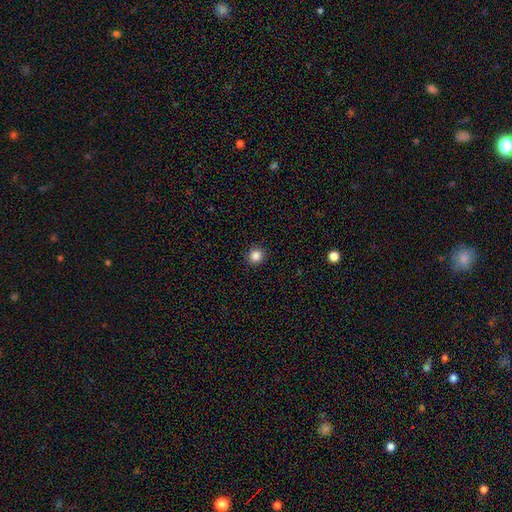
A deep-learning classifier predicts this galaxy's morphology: The model was most divided on "smooth or featured": smooth: 86%, star or artifact: 11%, featured or disk: 3%. More confident: merging — none (92%); how rounded — round (90%).